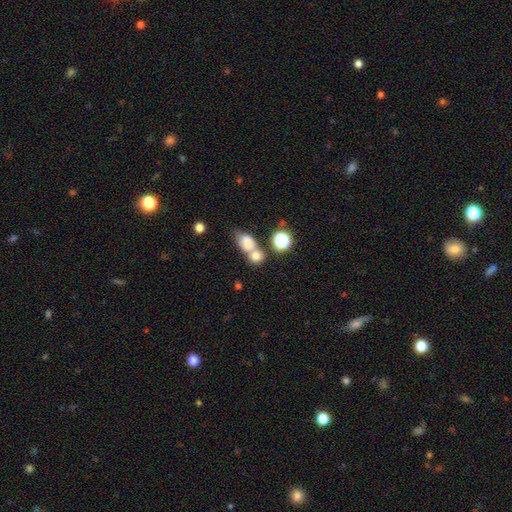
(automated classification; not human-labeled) The model was most divided on "how rounded": in between: 53%, round: 44%, cigar-shaped: 3%. More confident: smooth or featured — smooth (74%); merging — merger (55%).